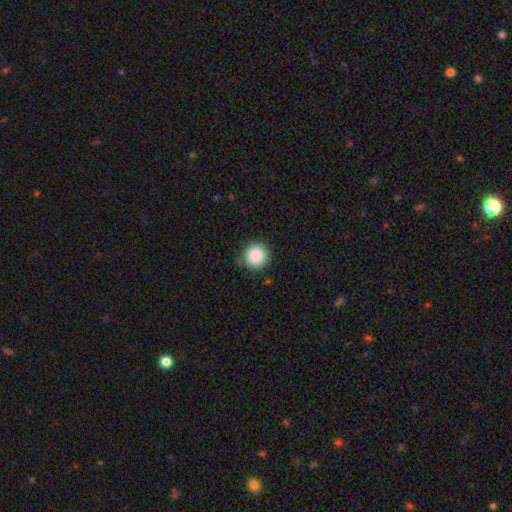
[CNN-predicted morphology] A smooth galaxy with no disk features (87%) that is round (95%). Merging: none (85%).